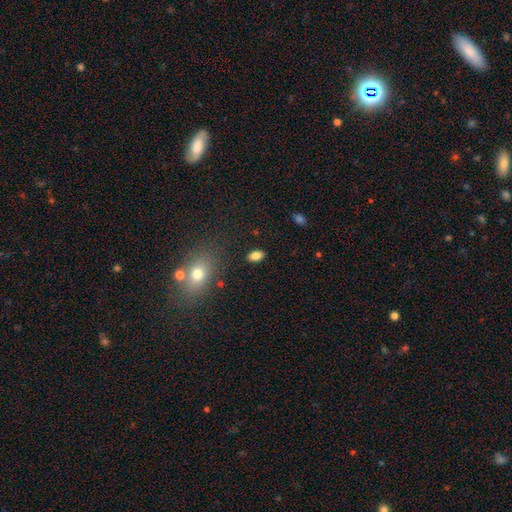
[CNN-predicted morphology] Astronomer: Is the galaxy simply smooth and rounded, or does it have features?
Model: smooth — 84%.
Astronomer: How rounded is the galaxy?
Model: in between — 88%.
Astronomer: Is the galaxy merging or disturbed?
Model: none — 87%.